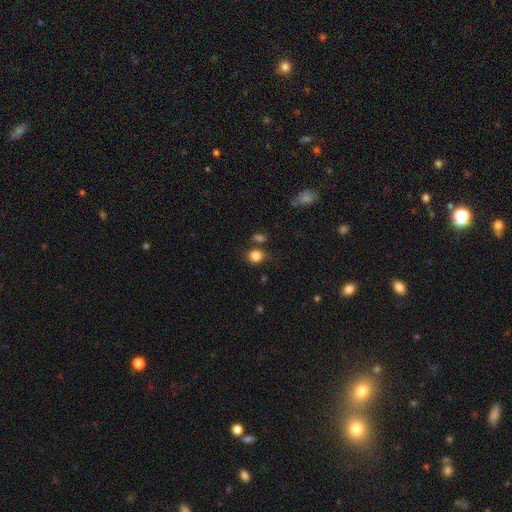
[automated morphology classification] This appears to be a smooth galaxy with no disk features (83%) that is round (74%). Merging: none (64%).